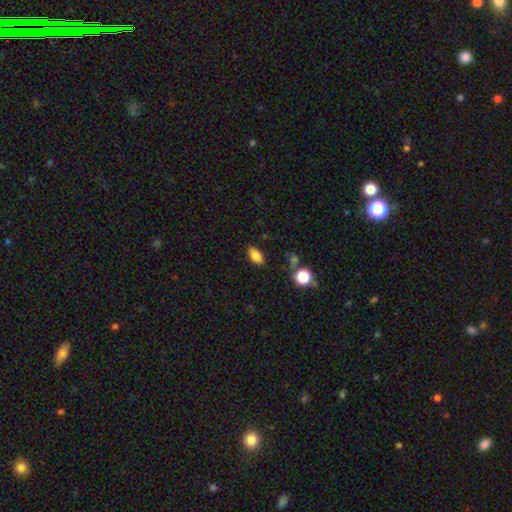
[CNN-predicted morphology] smooth_or_featured: smooth (p=0.84) [alt: star or artifact p=0.10]
how_rounded: in between (p=0.88) [alt: round p=0.08]
merging: none (p=0.83) [alt: minor disturbance p=0.12]